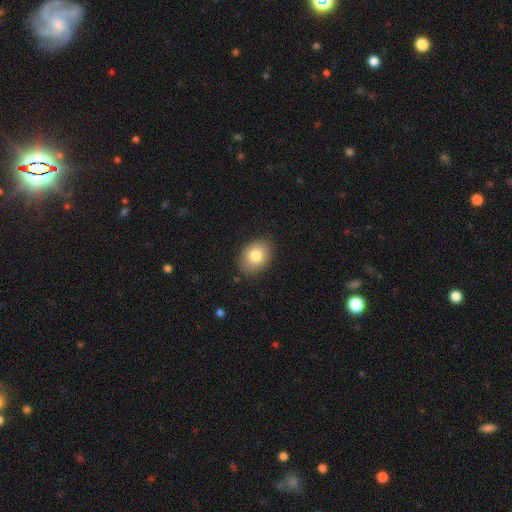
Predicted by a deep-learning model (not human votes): smooth 80%, featured or disk 11%, star or artifact 9%. Down the decision tree: how rounded — in between (68%); merging — none (86%).